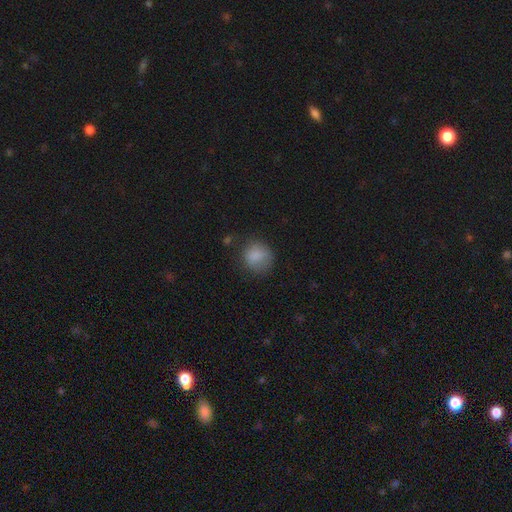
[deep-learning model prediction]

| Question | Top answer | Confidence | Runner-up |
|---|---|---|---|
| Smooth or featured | smooth | 83% | star or artifact (9%) |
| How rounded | round | 79% | in between (20%) |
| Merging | none | 67% | minor disturbance (22%) |